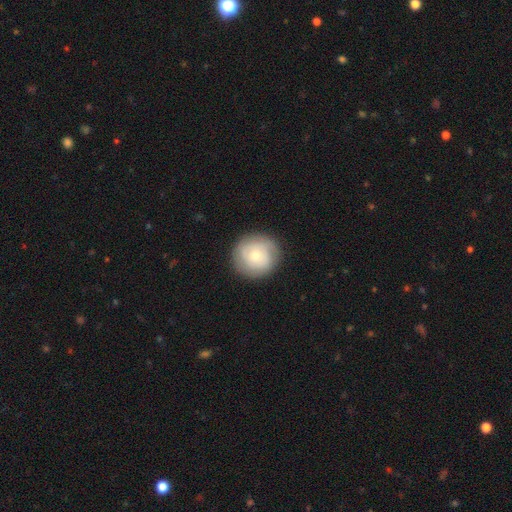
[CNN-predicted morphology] type=smooth (55%); roundness=round (93%); merging=none (86%).